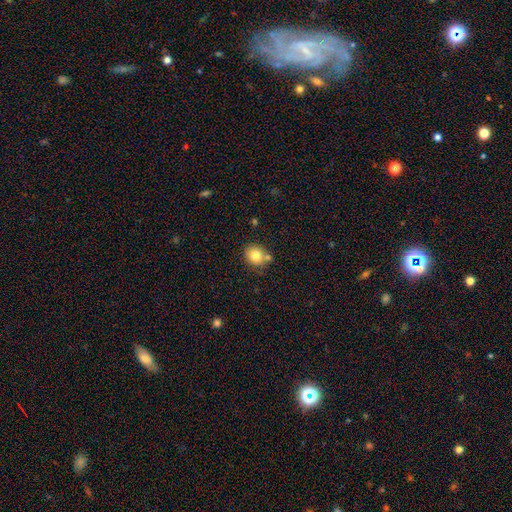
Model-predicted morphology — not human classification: Q: Smooth or featured?
A: smooth (79%); runner-up: featured or disk (11%)
Q: How rounded?
A: round (79%); runner-up: in between (21%)
Q: Merging?
A: none (67%); runner-up: merger (18%)